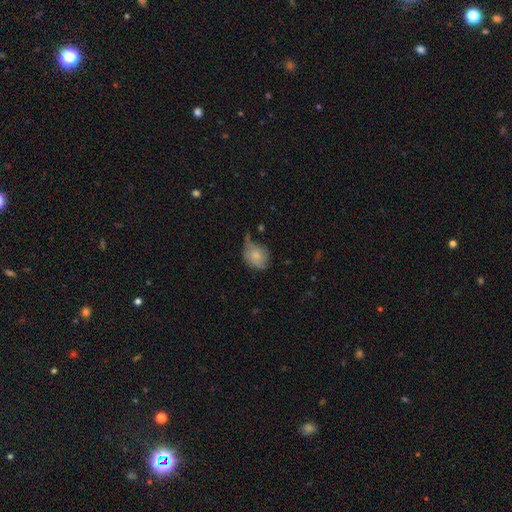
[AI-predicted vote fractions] Q: Smooth or featured?
A: smooth (69%); runner-up: featured or disk (22%)
Q: How rounded?
A: round (51%); runner-up: in between (47%)
Q: Merging?
A: none (41%); runner-up: minor disturbance (38%)